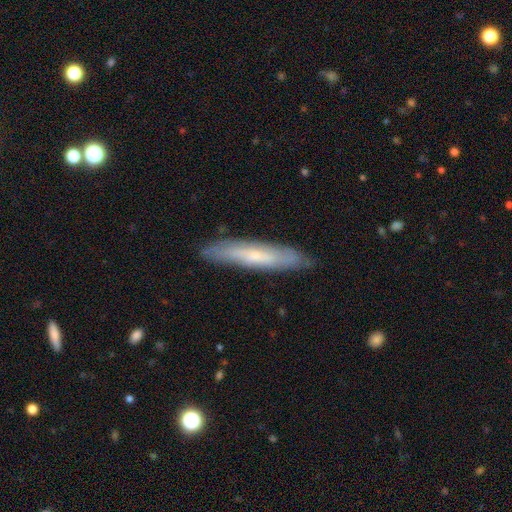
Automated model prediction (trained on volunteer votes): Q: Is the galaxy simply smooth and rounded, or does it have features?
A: smooth — 49%.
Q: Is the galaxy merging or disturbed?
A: none — 86%.